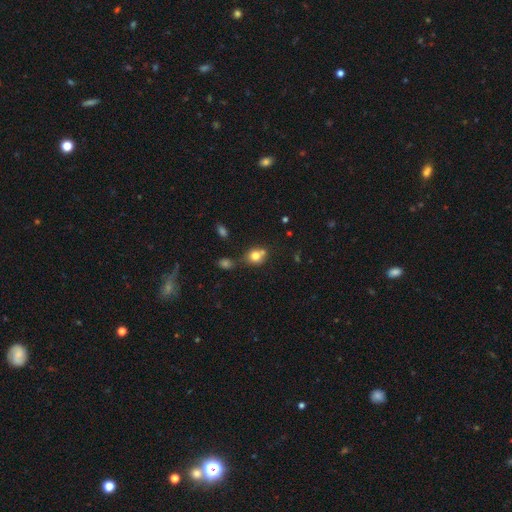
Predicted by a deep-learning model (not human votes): smooth_or_featured: smooth (p=0.75) [alt: star or artifact p=0.12]
how_rounded: round (p=0.69) [alt: in between p=0.29]
merging: none (p=0.52) [alt: merger p=0.27]